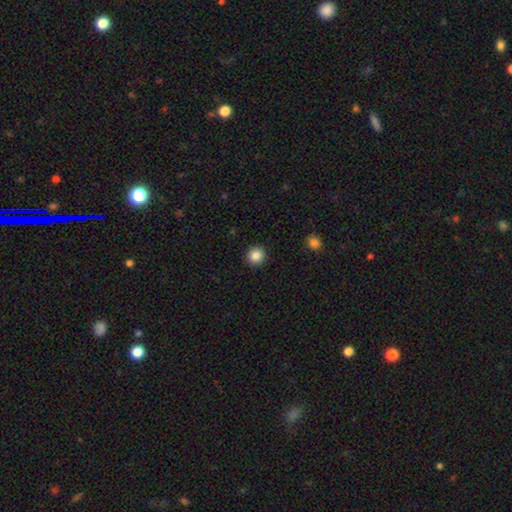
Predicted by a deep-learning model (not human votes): smooth 86%, star or artifact 10%, featured or disk 4%. Down the decision tree: how rounded — round (92%); merging — none (92%).